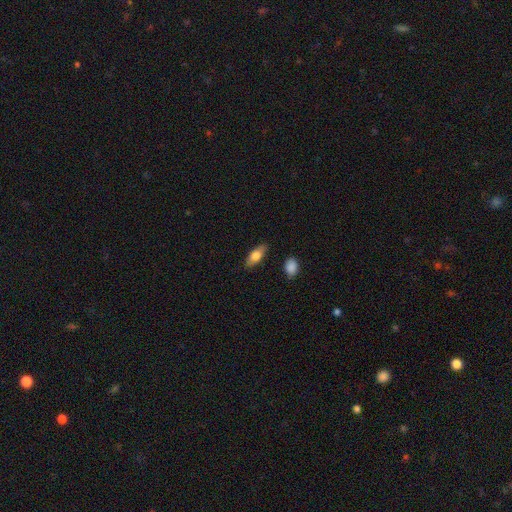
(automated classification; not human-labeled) The model was most divided on "smooth or featured": smooth: 73%, featured or disk: 21%, star or artifact: 6%. More confident: merging — none (84%); how rounded — in between (77%).